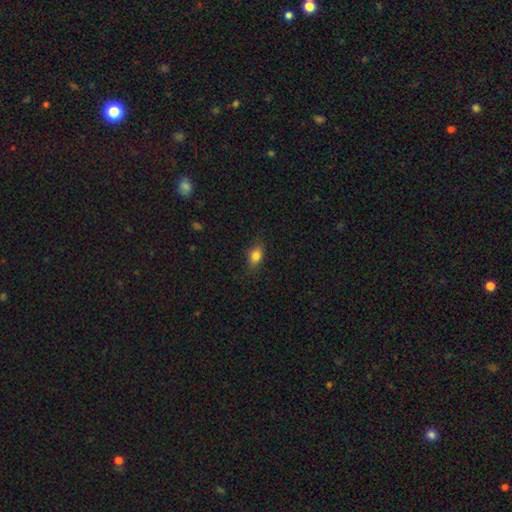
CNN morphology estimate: smooth_or_featured: smooth (p=0.82) [alt: star or artifact p=0.10]
how_rounded: in between (p=0.80) [alt: round p=0.16]
merging: none (p=0.81) [alt: minor disturbance p=0.15]